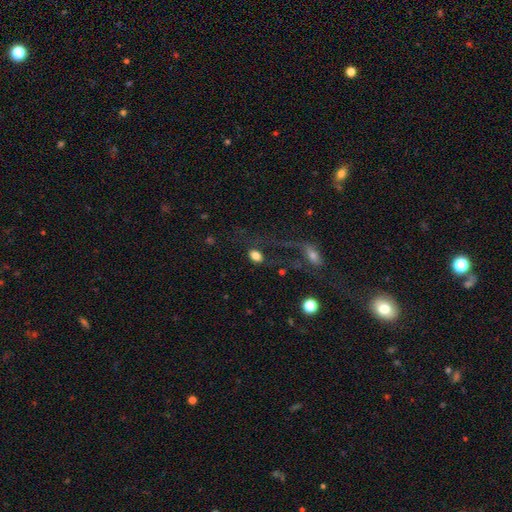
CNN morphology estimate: A smooth galaxy with no disk features (78%) that is in between round and cigar-shaped (76%).

Vote fractions:
- Smooth or featured? smooth: 78% / star or artifact: 11% / featured or disk: 11%
- How rounded? in between: 76% / round: 22% / cigar-shaped: 2%
- Merging? none: 57% / major disturbance: 19% / minor disturbance: 14% / merger: 10%